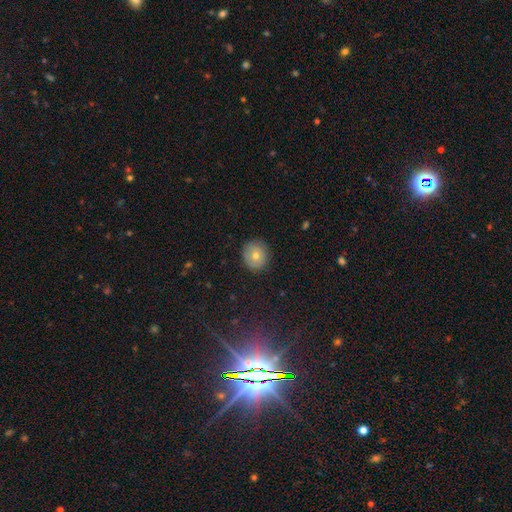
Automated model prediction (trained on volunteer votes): Q: Smooth or featured?
A: smooth (65%); runner-up: featured or disk (23%)
Q: How rounded?
A: round (86%); runner-up: in between (13%)
Q: Merging?
A: none (87%); runner-up: minor disturbance (10%)